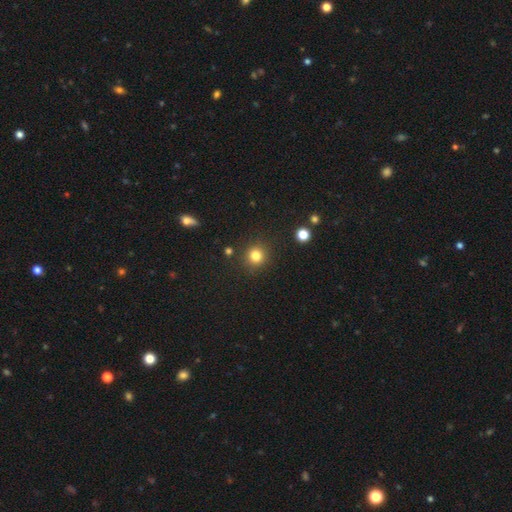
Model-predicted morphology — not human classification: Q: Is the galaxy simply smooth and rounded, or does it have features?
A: smooth — 82%.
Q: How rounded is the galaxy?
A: round — 91%.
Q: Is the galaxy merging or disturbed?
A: none — 88%.